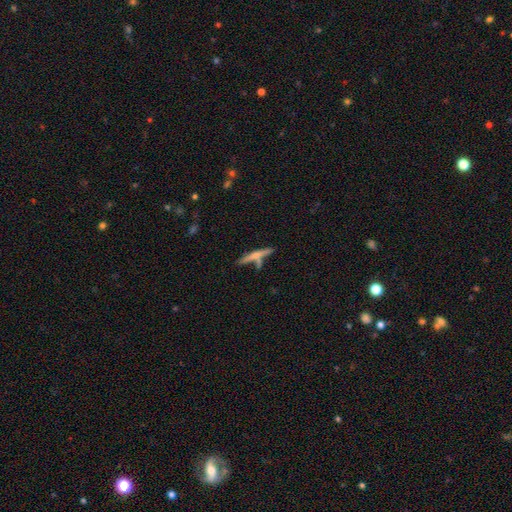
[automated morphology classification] A featured or disk galaxy (47%). Merging: none (63%).